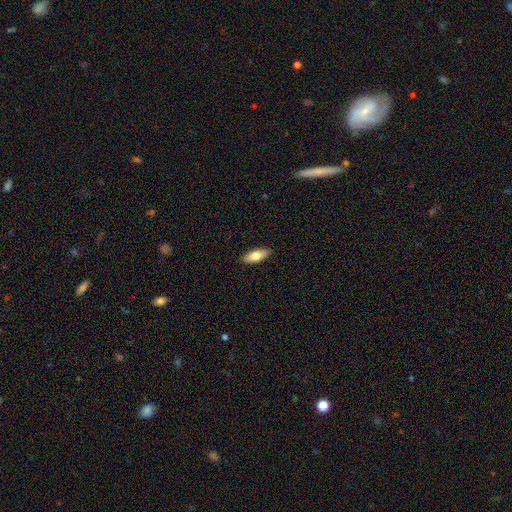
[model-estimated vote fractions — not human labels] Smooth or featured? smooth (74%)
How rounded? in between (73%)
Merging? none (90%)